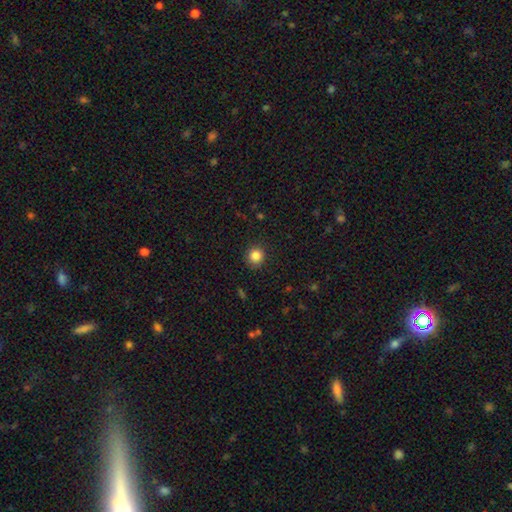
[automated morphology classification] type=smooth (84%); roundness=round (92%); merging=none (91%).